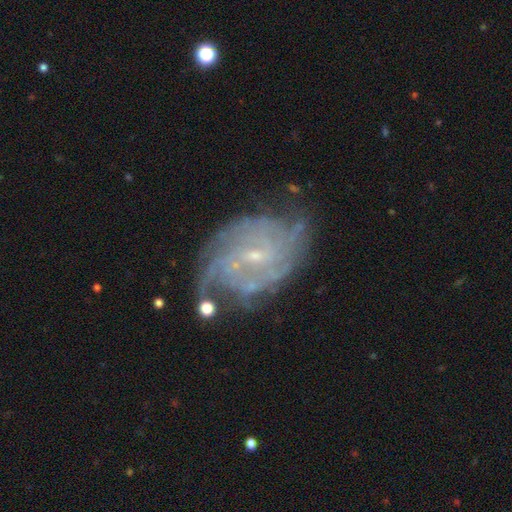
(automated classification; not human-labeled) A featured or disk galaxy (86%) with a weak bar (49%), tight (60%) spiral arms (95%) and a small central bulge (81%).

Vote fractions:
- Smooth or featured? featured or disk: 86% / star or artifact: 7% / smooth: 7%
- Edge-on disk? no: 97% / yes: 3%
- Bar? weak: 49% / no: 38% / strong: 13%
- Spiral arms? yes: 95% / no: 5%
- Spiral winding? tight: 60% / medium: 31% / loose: 9%
- Spiral arm count? can't tell: 34% / 4: 21% / 3: 15% / 2: 14% / more than 4: 10% / 1: 7%
- Bulge size? small: 81% / moderate: 13% / none: 3% / large: 1% / dominant: 1%
- Merging? none: 64% / minor disturbance: 21% / major disturbance: 11% / merger: 4%